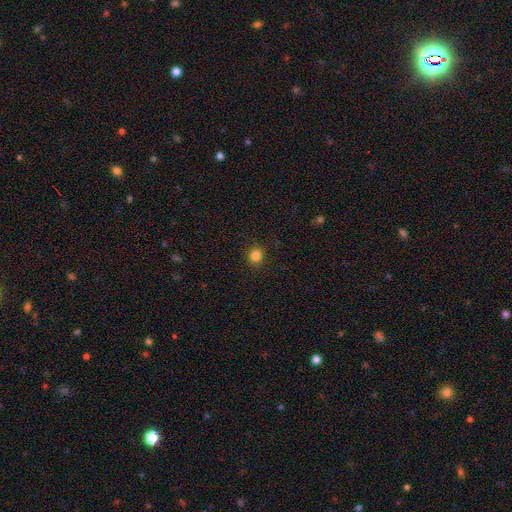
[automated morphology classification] smooth 83%, star or artifact 13%, featured or disk 4%. Down the decision tree: how rounded — round (83%); merging — none (91%).